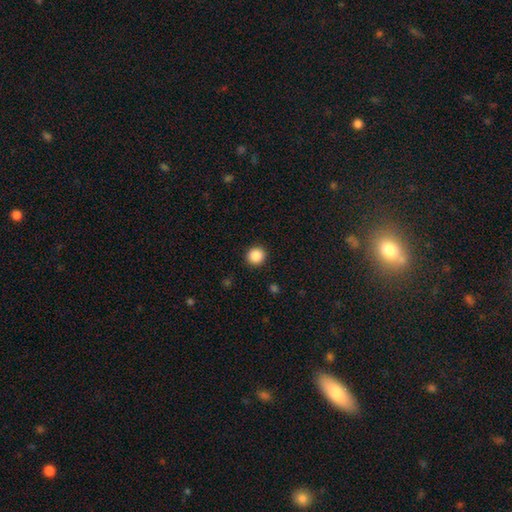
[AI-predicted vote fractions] Smooth or featured? smooth (87%)
How rounded? round (93%)
Merging? none (92%)